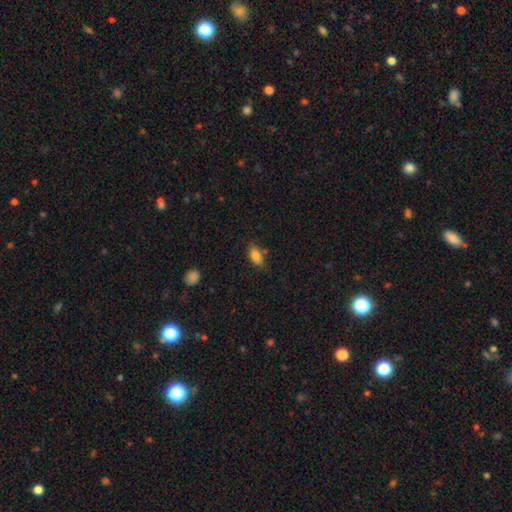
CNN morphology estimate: Smooth or featured? smooth (83%)
How rounded? in between (89%)
Merging? none (75%)